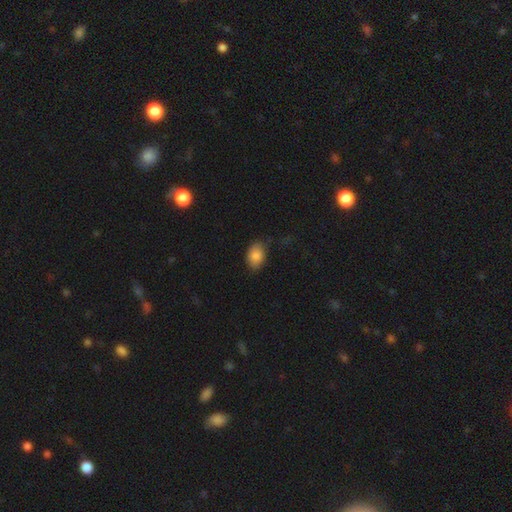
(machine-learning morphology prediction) A smooth galaxy with no disk features (85%) that is in between round and cigar-shaped (82%).

Vote fractions:
- Smooth or featured? smooth: 85% / star or artifact: 8% / featured or disk: 7%
- How rounded? in between: 82% / round: 17% / cigar-shaped: 1%
- Merging? none: 74% / minor disturbance: 21% / major disturbance: 4% / merger: 1%